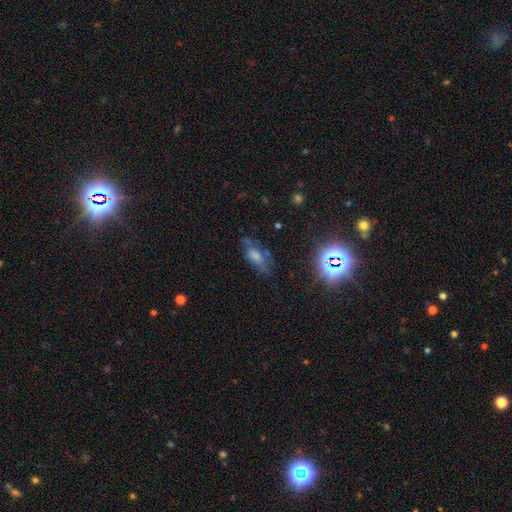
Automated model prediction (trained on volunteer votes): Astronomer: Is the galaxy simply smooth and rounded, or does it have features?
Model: smooth — 59%.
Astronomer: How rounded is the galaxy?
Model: in between — 75%.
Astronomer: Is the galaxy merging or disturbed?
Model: none — 53%.